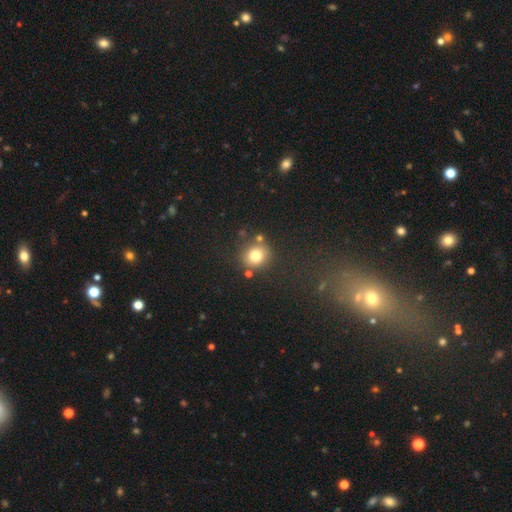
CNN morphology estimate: This appears to be a smooth galaxy with no disk features (78%) that is round (84%). Merging: none (78%).